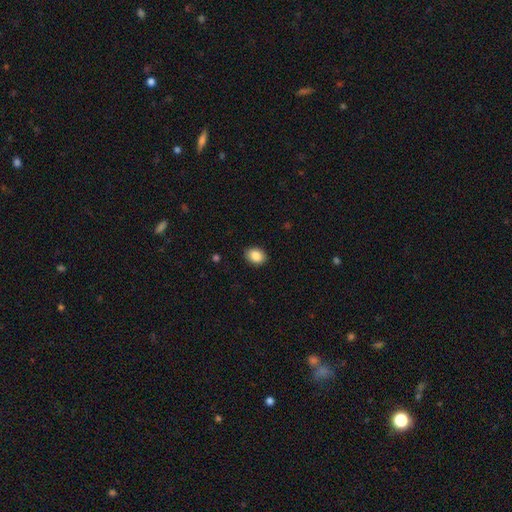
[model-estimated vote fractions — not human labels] Overall: smooth (87%). How rounded: in between (63%; round 36%). Merging: none (89%).